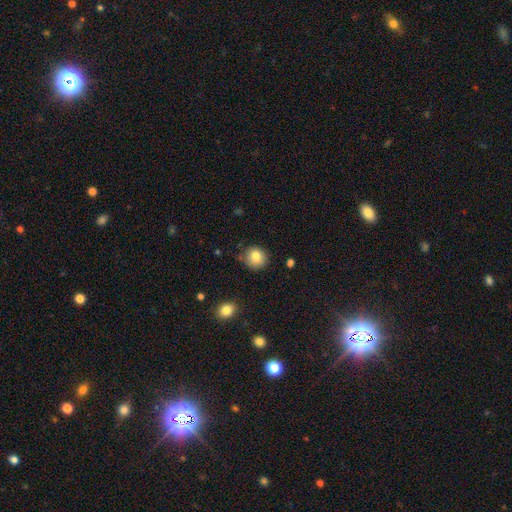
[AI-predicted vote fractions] smooth 82%, star or artifact 10%, featured or disk 8%. Down the decision tree: how rounded — round (87%); merging — none (80%).